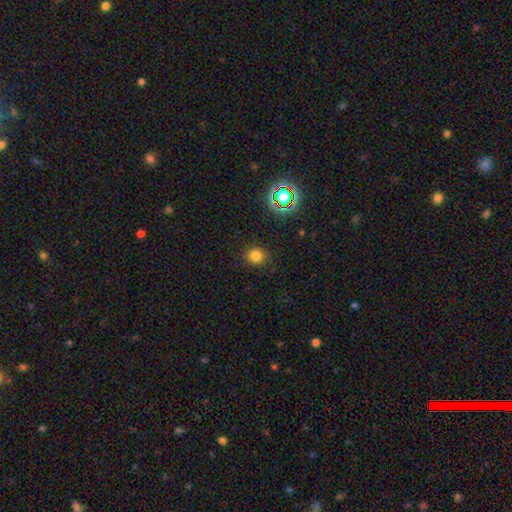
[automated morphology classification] This appears to be a smooth galaxy with no disk features (78%) that is round (83%). Merging: none (88%).